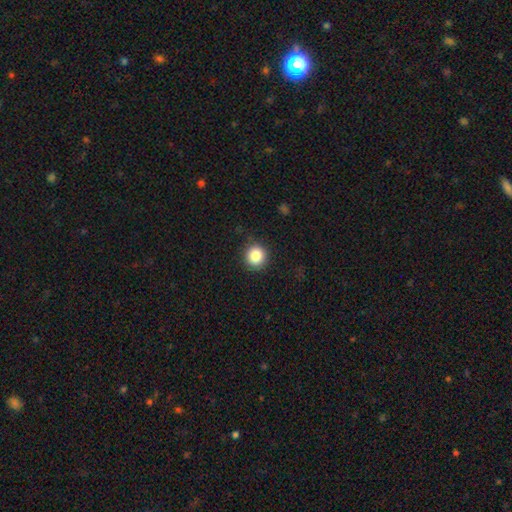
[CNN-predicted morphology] Smooth or featured? smooth (86%)
How rounded? round (93%)
Merging? none (90%)